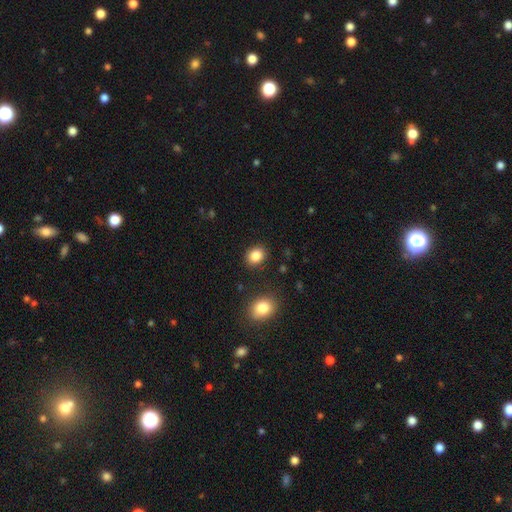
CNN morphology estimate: Q: Smooth or featured?
A: smooth (86%); runner-up: star or artifact (10%)
Q: How rounded?
A: round (52%); runner-up: in between (47%)
Q: Merging?
A: none (88%); runner-up: minor disturbance (8%)